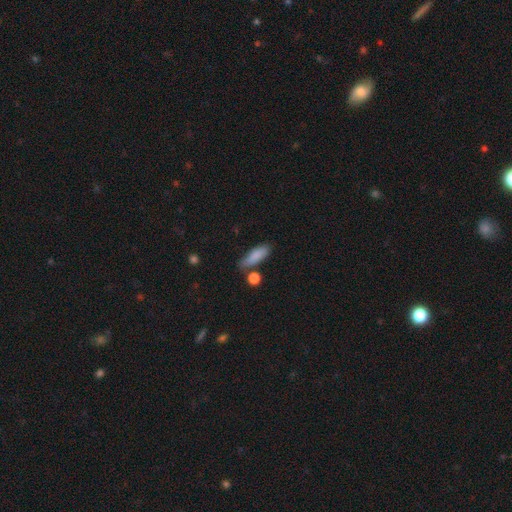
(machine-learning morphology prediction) The model was most divided on "how rounded": in between: 56%, cigar-shaped: 41%, round: 3%. More confident: smooth or featured — smooth (84%); merging — none (67%).